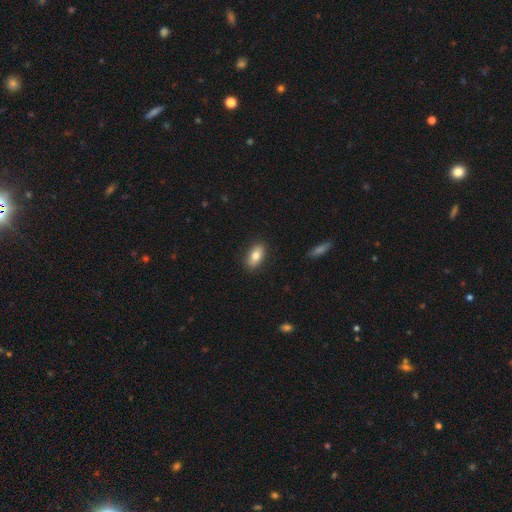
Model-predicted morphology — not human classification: Smooth or featured? Predicted: smooth (p=0.77). How rounded? Predicted: in between (p=0.88). Merging? Predicted: none (p=0.87).